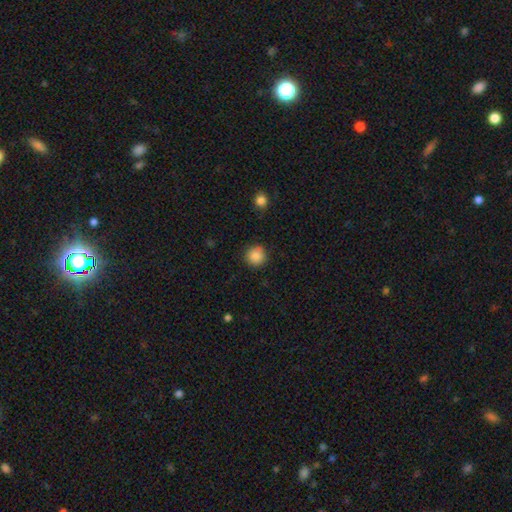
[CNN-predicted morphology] The model was most divided on "merging": none: 87%, minor disturbance: 10%, major disturbance: 2%, merger: 1%. More confident: how rounded — round (93%); smooth or featured — smooth (87%).